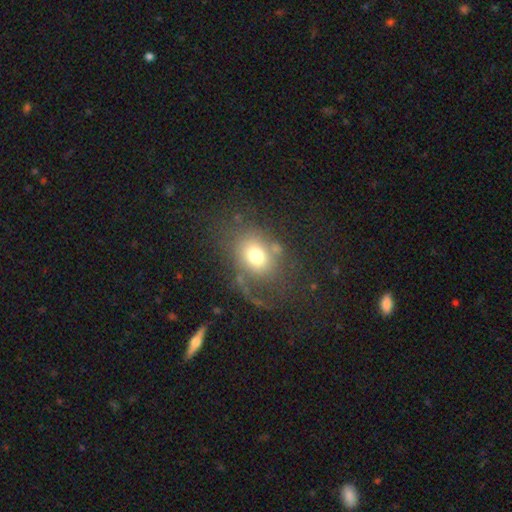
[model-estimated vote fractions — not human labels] Smooth or featured?
  - smooth: 66% *
  - featured or disk: 21%
  - star or artifact: 12%
How rounded?
  - in between: 52% *
  - round: 47%
  - cigar-shaped: 1%
Merging?
  - none: 52% *
  - major disturbance: 25%
  - minor disturbance: 17%
  - merger: 6%